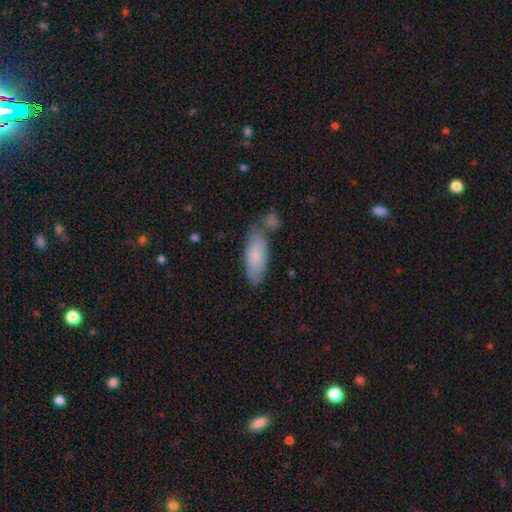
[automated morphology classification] type=smooth (78%); roundness=in between (72%); merging=none (65%).